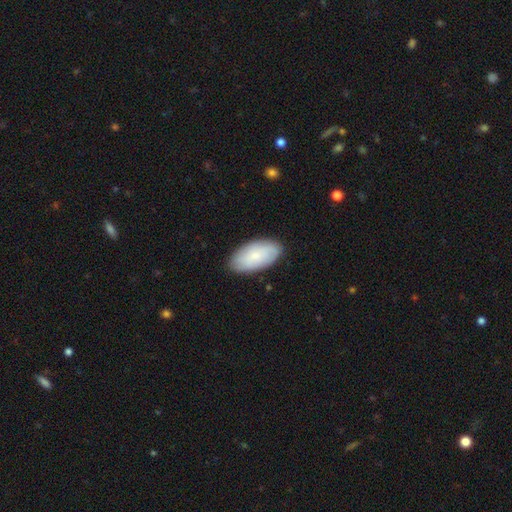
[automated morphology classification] Smooth or featured: smooth — 71% (featured or disk — 23%)
How rounded: in between — 94% (cigar-shaped — 3%)
Merging: none — 85% (minor disturbance — 12%)